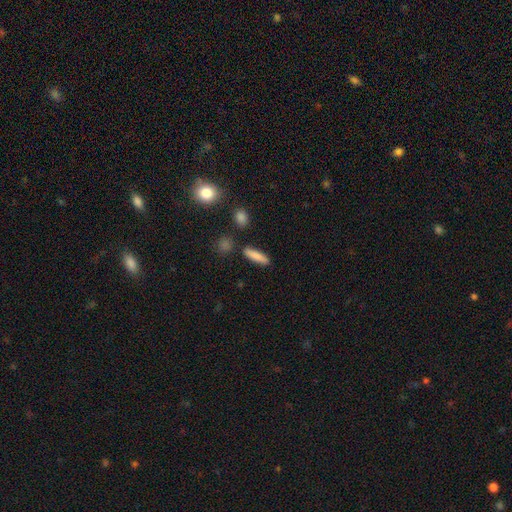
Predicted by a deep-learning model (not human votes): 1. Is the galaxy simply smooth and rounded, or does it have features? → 83% smooth, 10% featured or disk, 7% star or artifact.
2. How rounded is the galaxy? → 74% cigar-shaped, 23% in between, 3% round.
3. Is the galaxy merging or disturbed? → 86% none, 8% minor disturbance, 3% merger, 2% major disturbance.